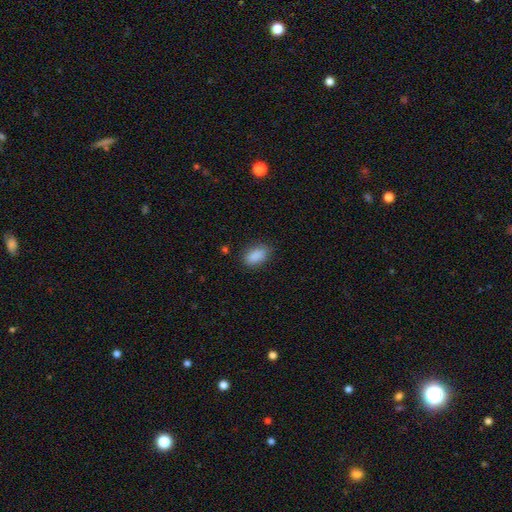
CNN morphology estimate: A smooth galaxy with no disk features (89%) that is in between round and cigar-shaped (90%).

Vote fractions:
- Smooth or featured? smooth: 89% / star or artifact: 8% / featured or disk: 4%
- How rounded? in between: 90% / round: 7% / cigar-shaped: 3%
- Merging? none: 80% / minor disturbance: 15% / major disturbance: 3% / merger: 1%